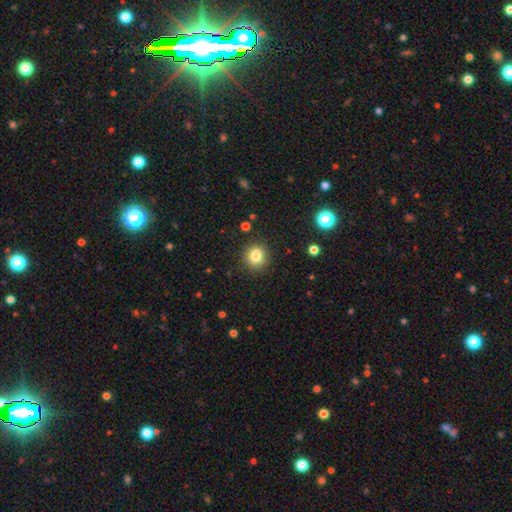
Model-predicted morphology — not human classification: smooth-or-featured: smooth: 82% | star or artifact: 12% | featured or disk: 6%
  how-rounded: round: 84% | in between: 15% | cigar-shaped: 1%
  merging: none: 88% | minor disturbance: 8% | major disturbance: 3% | merger: 2%